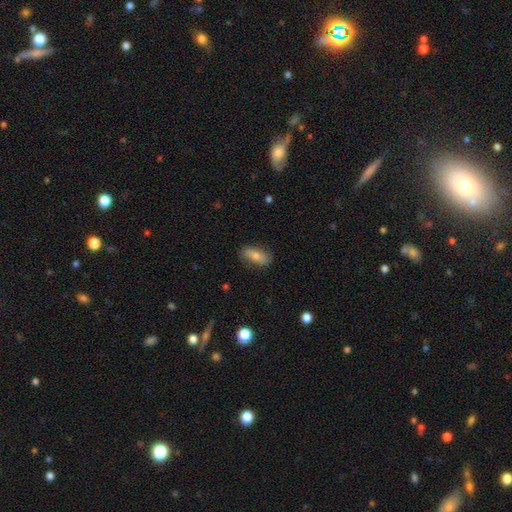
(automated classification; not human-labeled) The model was most divided on "smooth or featured": smooth: 61%, featured or disk: 30%, star or artifact: 9%. More confident: merging — none (83%); how rounded — in between (80%).